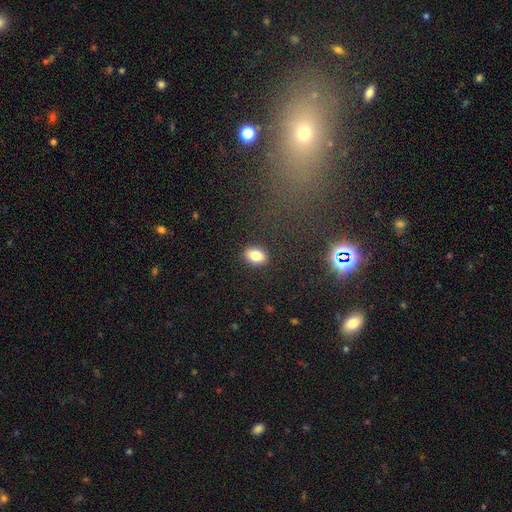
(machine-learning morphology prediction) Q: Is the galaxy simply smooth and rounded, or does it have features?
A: smooth — 81%.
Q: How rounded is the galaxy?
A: in between — 82%.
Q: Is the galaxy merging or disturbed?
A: none — 89%.